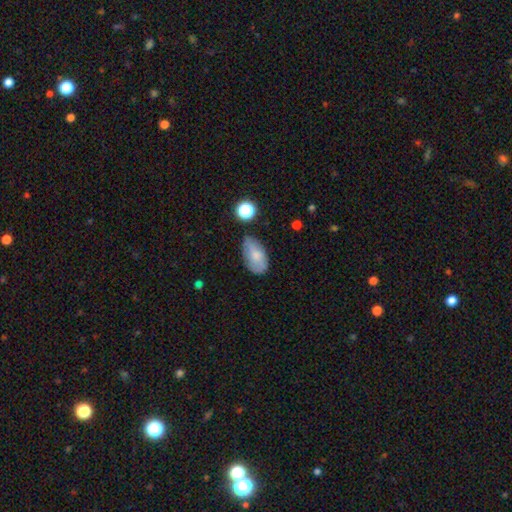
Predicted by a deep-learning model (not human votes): Q: Smooth or featured?
A: smooth (66%); runner-up: featured or disk (26%)
Q: How rounded?
A: in between (92%); runner-up: round (6%)
Q: Merging?
A: none (69%); runner-up: minor disturbance (22%)